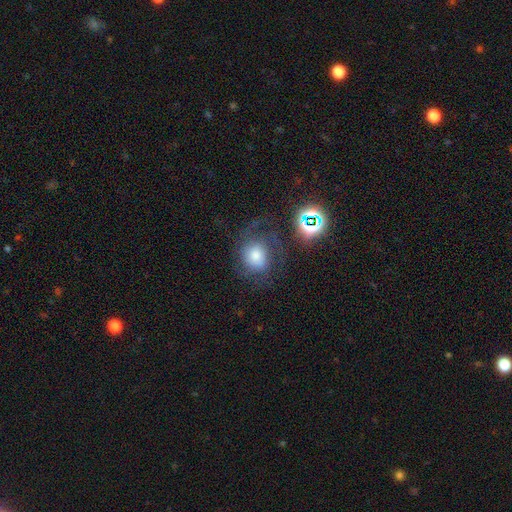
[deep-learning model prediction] Morphology: type=featured or disk (43%); merging=none (50%).